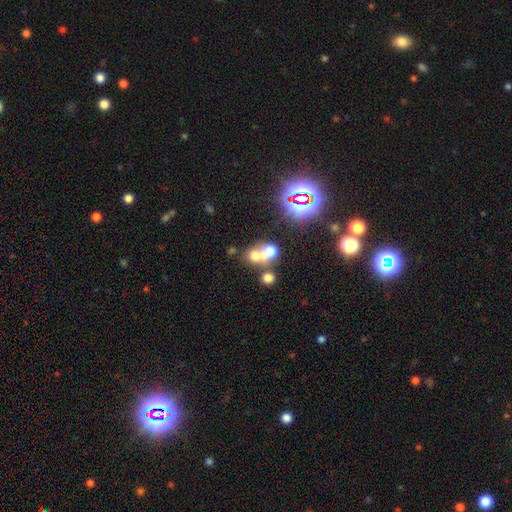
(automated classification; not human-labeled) A smooth galaxy with no disk features (57%) that is round (72%). Merging: merger (58%).